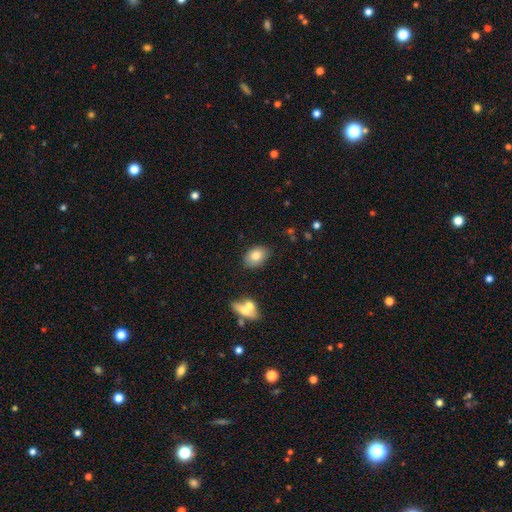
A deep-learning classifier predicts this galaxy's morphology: The model was most divided on "merging": none: 81%, minor disturbance: 13%, merger: 4%, major disturbance: 3%. More confident: how rounded — in between (84%); smooth or featured — smooth (80%).